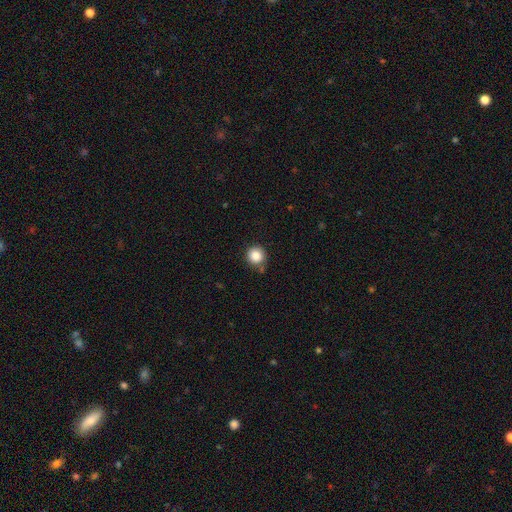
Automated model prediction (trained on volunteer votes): smooth 86%, star or artifact 10%, featured or disk 4%. Down the decision tree: how rounded — round (93%); merging — none (78%).